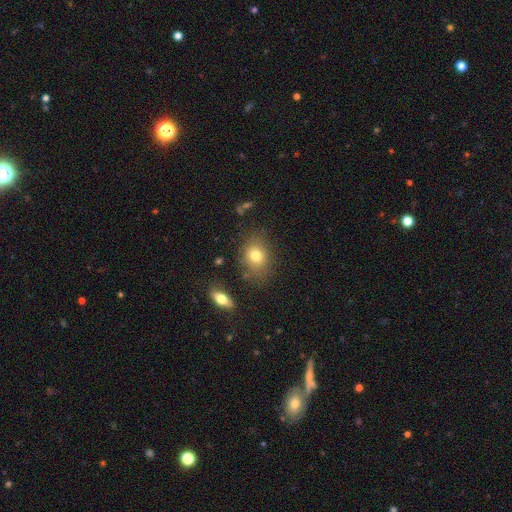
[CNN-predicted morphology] Smooth or featured? smooth (77%)
How rounded? in between (54%)
Merging? none (75%)